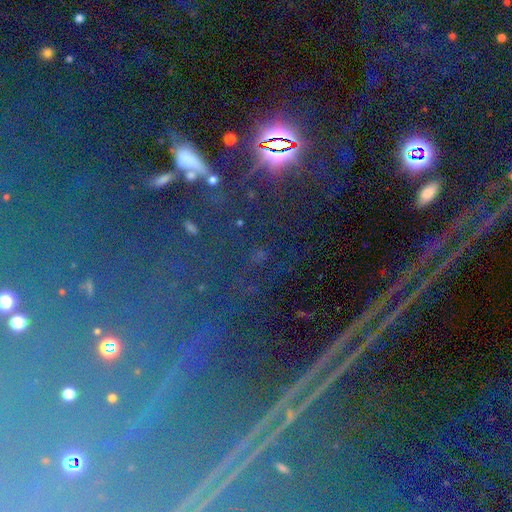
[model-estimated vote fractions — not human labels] A star or artifact, not a galaxy (80%).